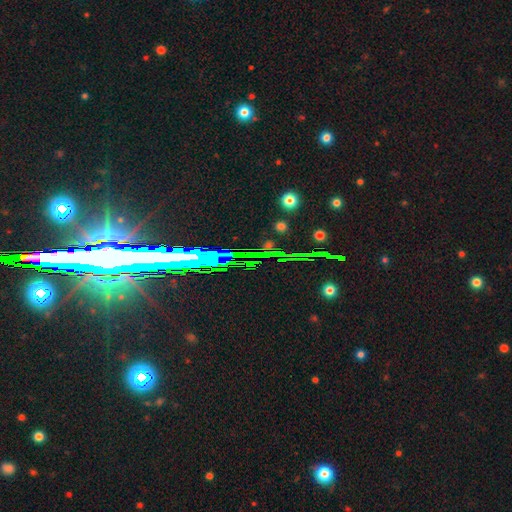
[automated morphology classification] Smooth or featured? Predicted: star or artifact (p=0.74).